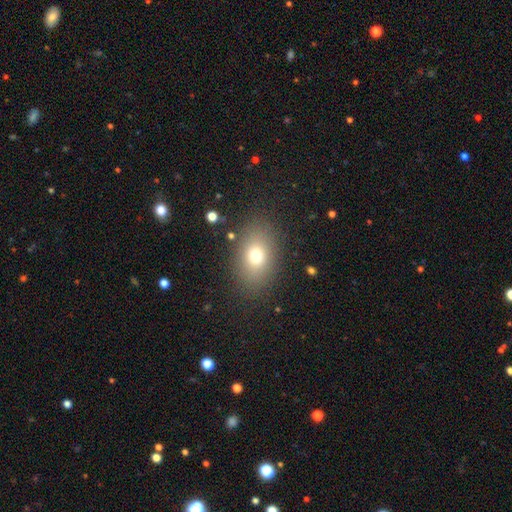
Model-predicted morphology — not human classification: Smooth or featured?
  - smooth: 73% *
  - featured or disk: 14%
  - star or artifact: 13%
How rounded?
  - in between: 79% *
  - round: 19%
  - cigar-shaped: 2%
Merging?
  - none: 85% *
  - minor disturbance: 9%
  - major disturbance: 4%
  - merger: 2%